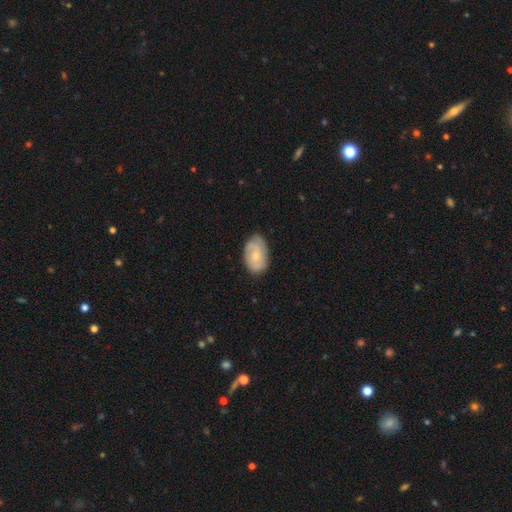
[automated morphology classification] Q: Smooth or featured?
A: smooth (53%); runner-up: featured or disk (41%)
Q: How rounded?
A: in between (89%); runner-up: round (10%)
Q: Merging?
A: none (76%); runner-up: minor disturbance (19%)